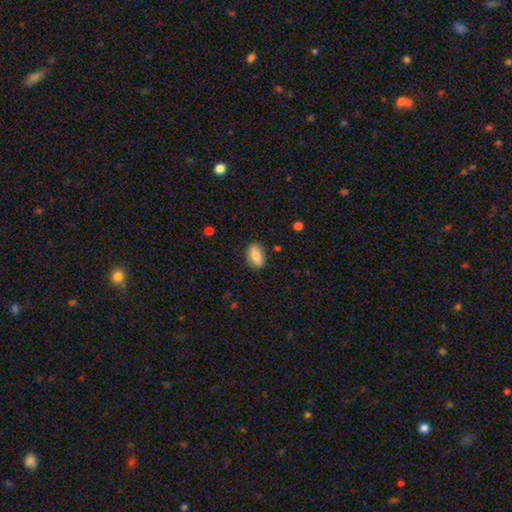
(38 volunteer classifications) smooth_or_featured: smooth (p=0.82) [alt: featured or disk p=0.11]
how_rounded: in between (p=0.94) [alt: round p=0.06]
merging: none (p=0.80) [alt: minor disturbance p=0.17]